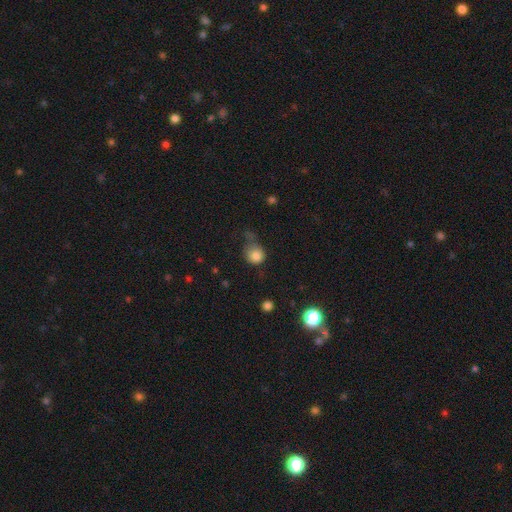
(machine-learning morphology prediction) The model was most divided on "merging": none: 39%, minor disturbance: 30%, major disturbance: 24%, merger: 7%. More confident: smooth or featured — smooth (81%); how rounded — round (80%).